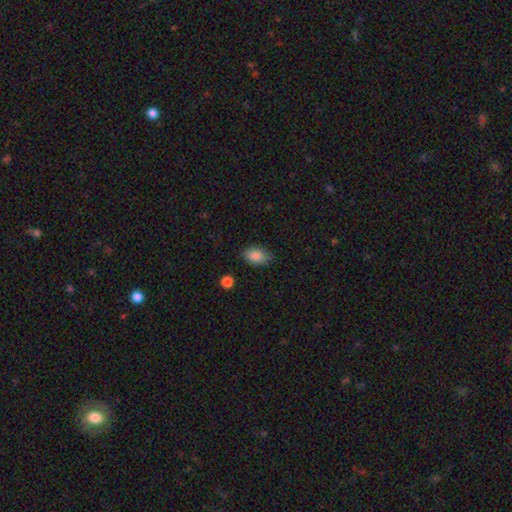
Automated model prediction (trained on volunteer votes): Smooth or featured? Predicted: smooth (p=0.86). How rounded? Predicted: in between (p=0.87). Merging? Predicted: none (p=0.80).